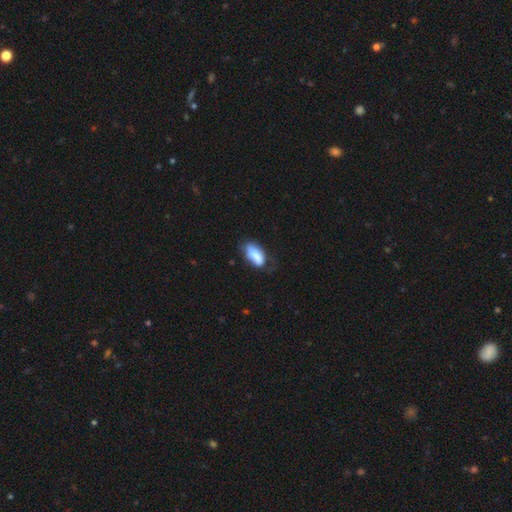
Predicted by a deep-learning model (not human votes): A smooth galaxy with no disk features (80%) that is in between round and cigar-shaped (87%). Merging: none (46%).